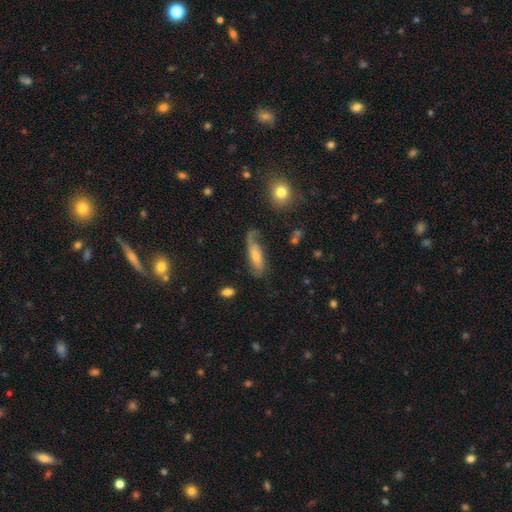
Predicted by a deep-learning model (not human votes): Q: Smooth or featured?
A: featured or disk (54%); runner-up: smooth (36%)
Q: Edge-on disk?
A: no (77%); runner-up: yes (23%)
Q: Merging?
A: none (54%); runner-up: minor disturbance (27%)